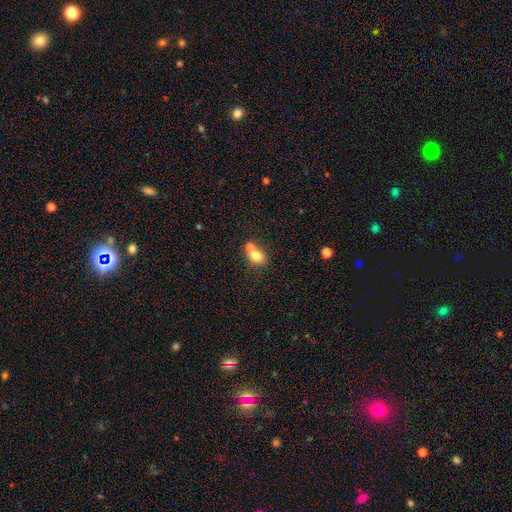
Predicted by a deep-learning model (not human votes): Smooth or featured? smooth (76%)
How rounded? round (63%)
Merging? merger (53%)